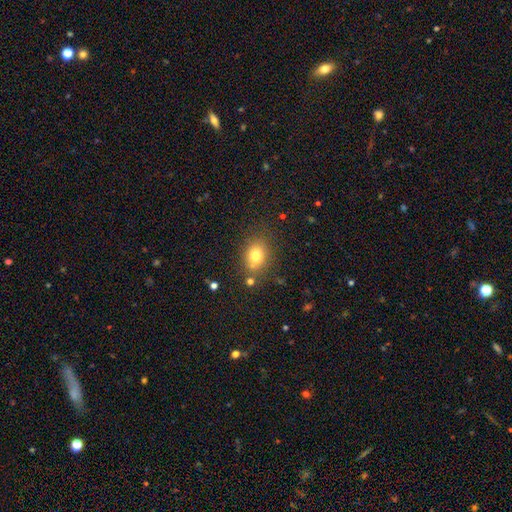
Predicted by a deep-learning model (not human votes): This appears to be a smooth galaxy with no disk features (76%) that is in between round and cigar-shaped (53%). Merging: none (74%).